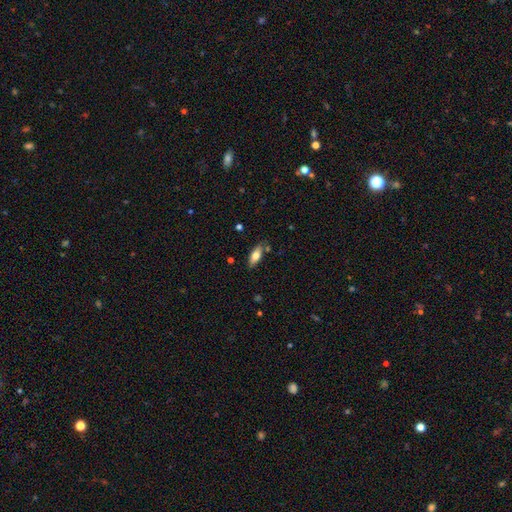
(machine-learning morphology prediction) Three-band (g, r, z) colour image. It shows a smooth galaxy with no disk features (71%) that is in between round and cigar-shaped (77%). Merging: none (81%).